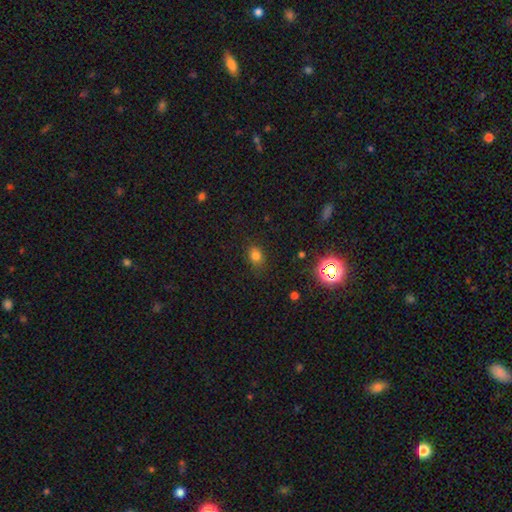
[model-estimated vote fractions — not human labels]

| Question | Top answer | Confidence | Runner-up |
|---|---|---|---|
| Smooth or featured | smooth | 76% | star or artifact (18%) |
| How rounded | in between | 55% | round (44%) |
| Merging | none | 82% | minor disturbance (13%) |